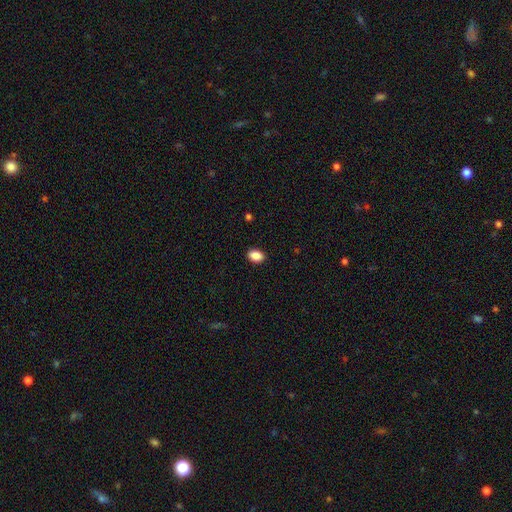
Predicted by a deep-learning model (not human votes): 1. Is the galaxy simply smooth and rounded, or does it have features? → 89% smooth, 8% star or artifact, 3% featured or disk.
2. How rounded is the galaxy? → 82% in between, 17% round, 1% cigar-shaped.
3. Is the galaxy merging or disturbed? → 90% none, 8% minor disturbance, 2% major disturbance, 1% merger.